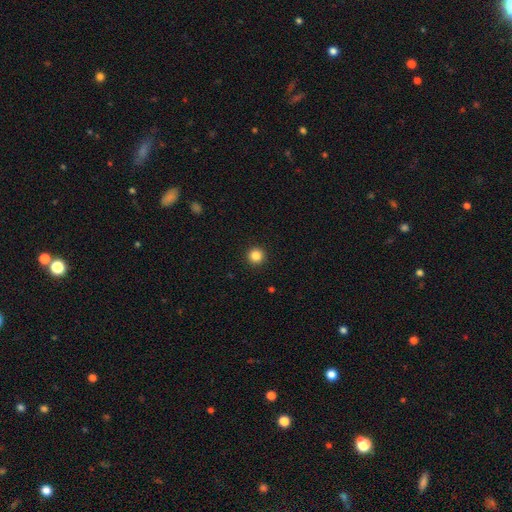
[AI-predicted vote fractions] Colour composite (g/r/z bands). It shows a smooth galaxy with no disk features (85%) that is round (96%). Merging: none (93%).